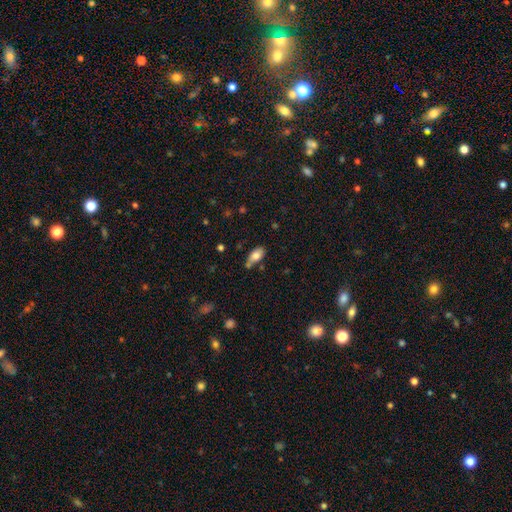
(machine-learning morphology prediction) This appears to be a smooth galaxy with no disk features (75%) that is in between round and cigar-shaped (89%). Merging: none (46%).